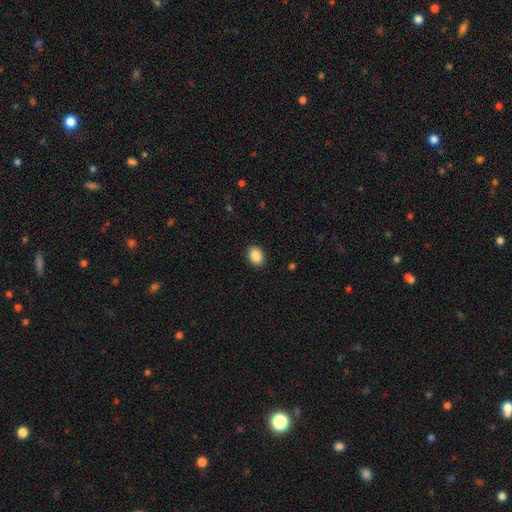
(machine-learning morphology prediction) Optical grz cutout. It shows a smooth galaxy with no disk features (89%) that is in between round and cigar-shaped (70%). Merging: none (91%).